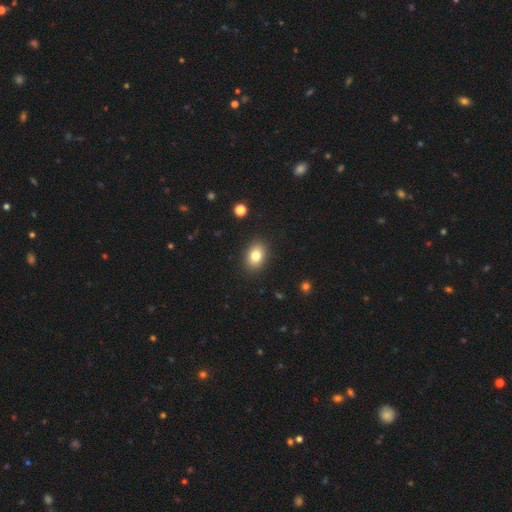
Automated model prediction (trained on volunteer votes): Smooth or featured: smooth — 81% (star or artifact — 10%)
How rounded: in between — 74% (round — 25%)
Merging: none — 89% (minor disturbance — 8%)